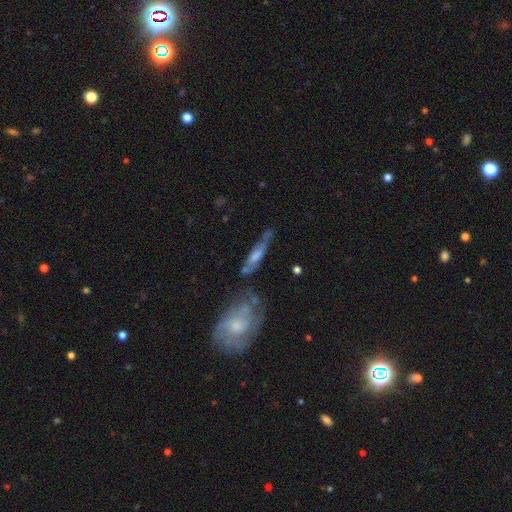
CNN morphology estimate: Smooth or featured? featured or disk (56%)
Edge-on disk? yes (50%, tied with no)
Merging? none (46%)